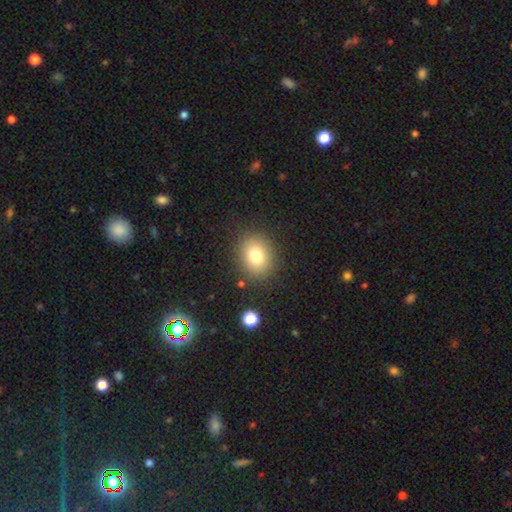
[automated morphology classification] Smooth or featured?
  - smooth: 77% *
  - star or artifact: 13%
  - featured or disk: 11%
How rounded?
  - round: 61% *
  - in between: 38%
  - cigar-shaped: 1%
Merging?
  - none: 85% *
  - minor disturbance: 9%
  - major disturbance: 3%
  - merger: 2%